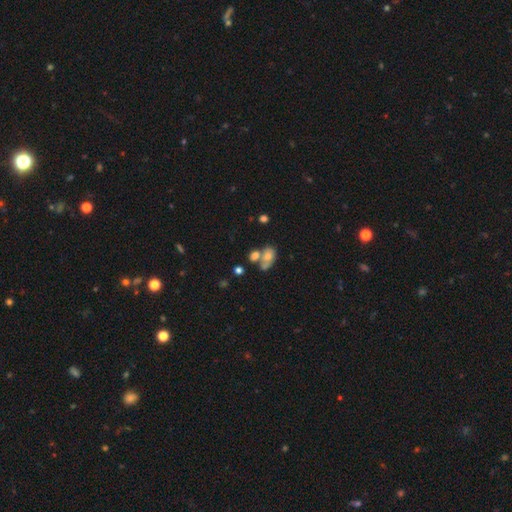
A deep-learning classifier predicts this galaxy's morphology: type=smooth (68%); roundness=in between (66%); merging=merger (54%).